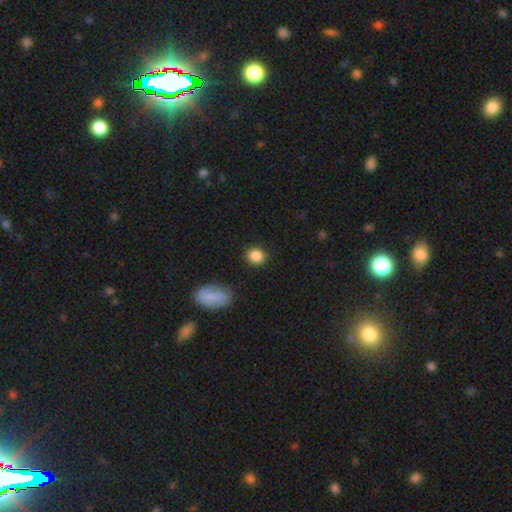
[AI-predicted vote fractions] smooth 87%, star or artifact 9%, featured or disk 4%. Down the decision tree: how rounded — round (78%); merging — none (88%).